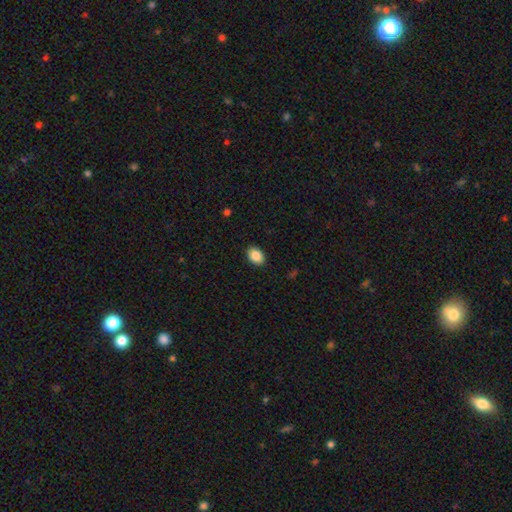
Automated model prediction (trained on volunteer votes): The model was most divided on "how rounded": in between: 82%, round: 17%, cigar-shaped: 1%. More confident: merging — none (90%); smooth or featured — smooth (89%).